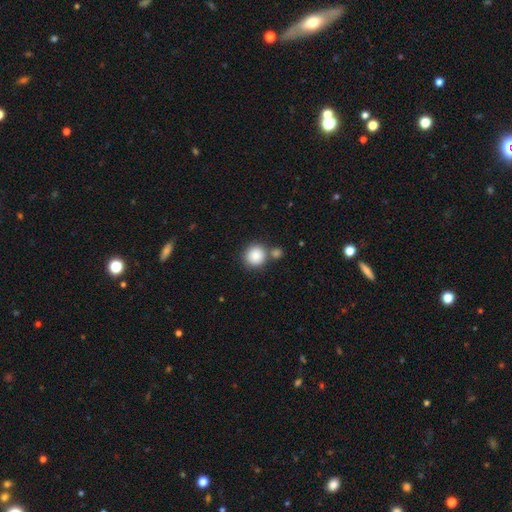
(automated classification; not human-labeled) A smooth galaxy with no disk features (87%) that is round (90%). Merging: none (65%).